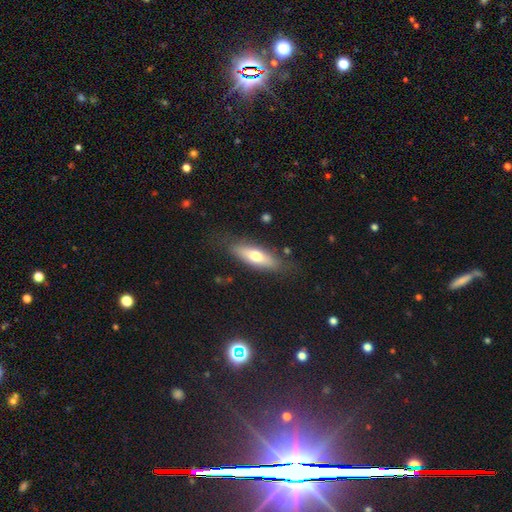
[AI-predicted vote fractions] Smooth or featured: smooth — 63% (featured or disk — 31%)
How rounded: in between — 57% (cigar-shaped — 40%)
Merging: none — 79% (minor disturbance — 15%)